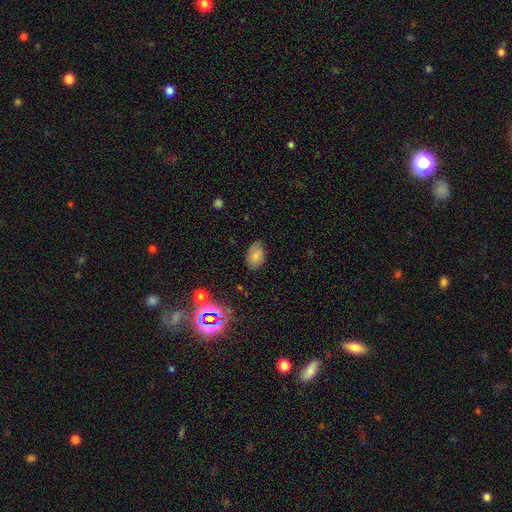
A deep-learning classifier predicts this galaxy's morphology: Smooth or featured?
  - smooth: 79% *
  - star or artifact: 12%
  - featured or disk: 10%
How rounded?
  - in between: 90% *
  - round: 9%
  - cigar-shaped: 1%
Merging?
  - none: 76% *
  - minor disturbance: 19%
  - major disturbance: 4%
  - merger: 1%